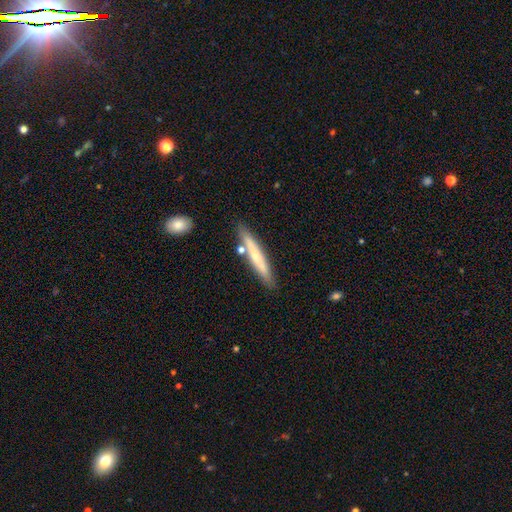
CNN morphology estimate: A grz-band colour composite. It shows a smooth galaxy with no disk features (57%) that is cigar-shaped (94%). Merging: none (81%).